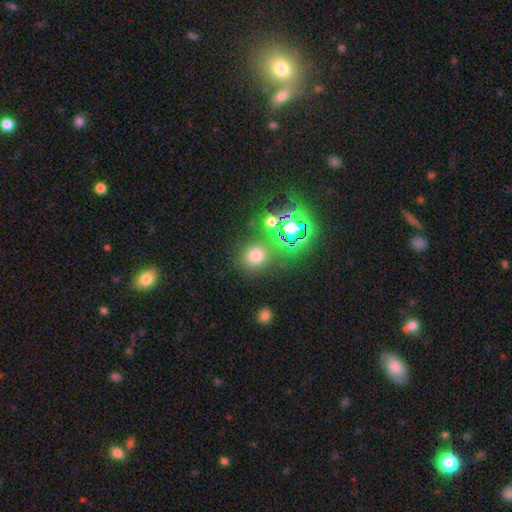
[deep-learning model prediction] This appears to be a smooth galaxy with no disk features (67%) that is round (79%). Merging: none (75%).